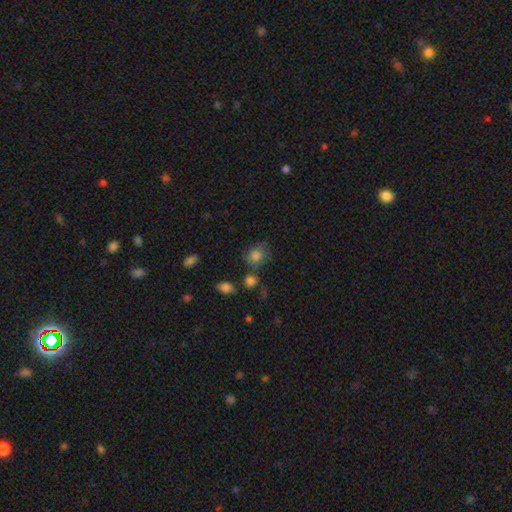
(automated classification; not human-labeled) This appears to be a smooth galaxy with no disk features (80%) that is round (68%). Merging: none (61%).